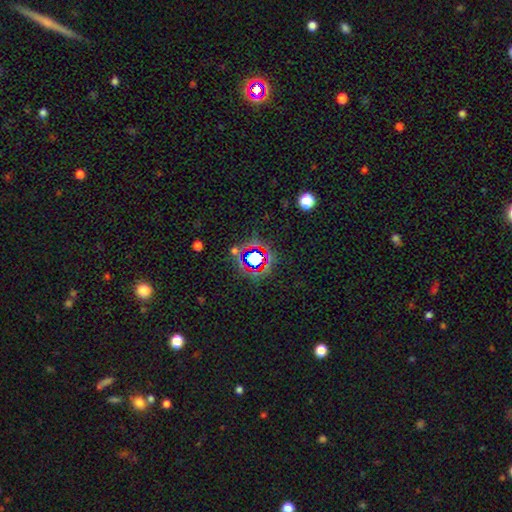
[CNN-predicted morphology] A star or artifact, not a galaxy (68%).

Vote fractions:
- Smooth or featured? star or artifact: 68% / smooth: 21% / featured or disk: 11%